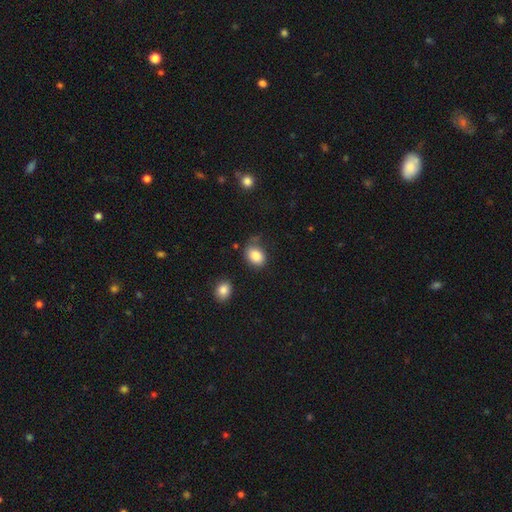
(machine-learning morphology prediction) A smooth galaxy with no disk features (85%) that is in between round and cigar-shaped (71%).

Vote fractions:
- Smooth or featured? smooth: 85% / star or artifact: 9% / featured or disk: 7%
- How rounded? in between: 71% / round: 28% / cigar-shaped: 1%
- Merging? none: 68% / minor disturbance: 20% / major disturbance: 7% / merger: 5%